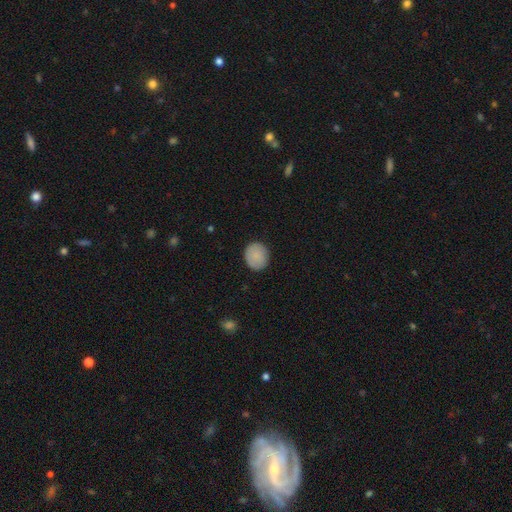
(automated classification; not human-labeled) This is clearly a smooth galaxy (87%). How rounded: likely round (79%). Merging: clearly none (88%).